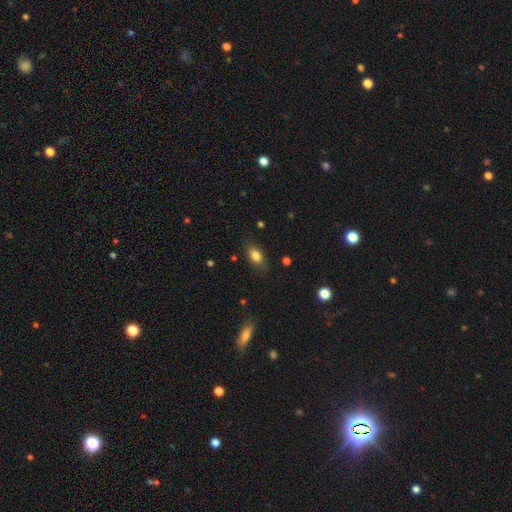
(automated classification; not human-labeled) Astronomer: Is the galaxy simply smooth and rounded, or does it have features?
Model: smooth — 81%.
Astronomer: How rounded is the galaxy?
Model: in between — 86%.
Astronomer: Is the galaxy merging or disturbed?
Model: none — 81%.